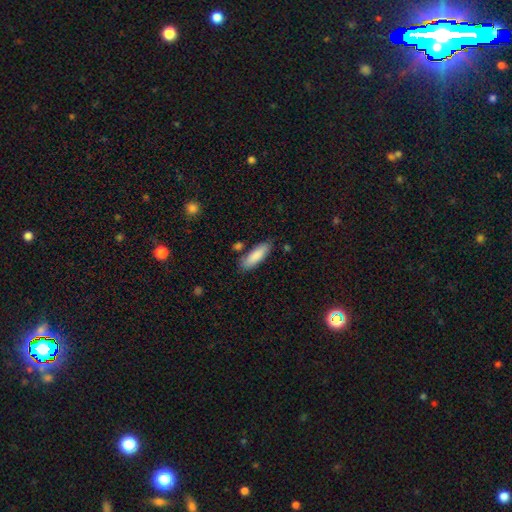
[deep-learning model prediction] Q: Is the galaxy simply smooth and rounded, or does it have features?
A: smooth — 86%.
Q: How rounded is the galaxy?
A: in between — 57%.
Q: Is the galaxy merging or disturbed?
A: none — 79%.